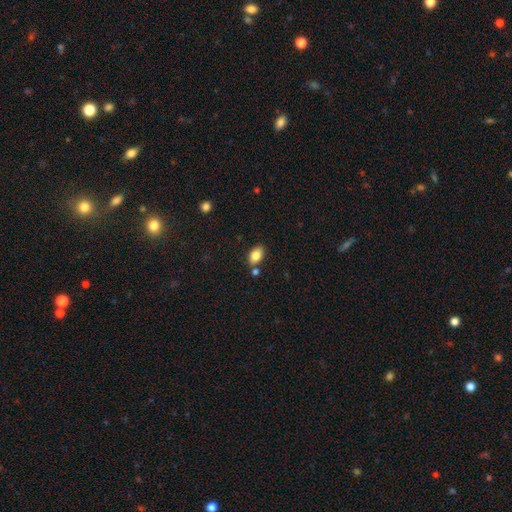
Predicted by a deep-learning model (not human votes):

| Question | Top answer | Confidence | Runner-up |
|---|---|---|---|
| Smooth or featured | smooth | 83% | featured or disk (9%) |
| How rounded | in between | 88% | round (10%) |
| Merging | none | 75% | minor disturbance (12%) |